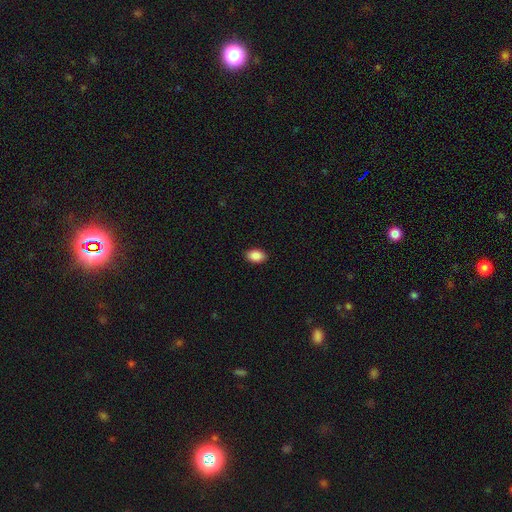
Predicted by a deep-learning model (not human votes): This appears to be a smooth galaxy with no disk features (89%) that is in between round and cigar-shaped (90%). Merging: none (90%).